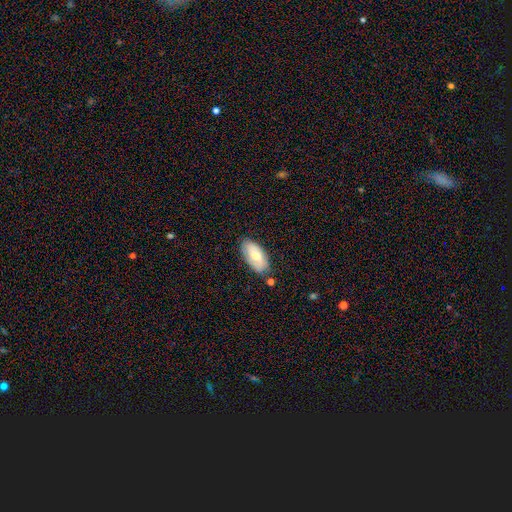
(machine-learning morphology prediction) smooth_or_featured: smooth (p=0.60) [alt: featured or disk p=0.33]
how_rounded: in between (p=0.93) [alt: cigar-shaped p=0.05]
merging: none (p=0.75) [alt: minor disturbance p=0.17]